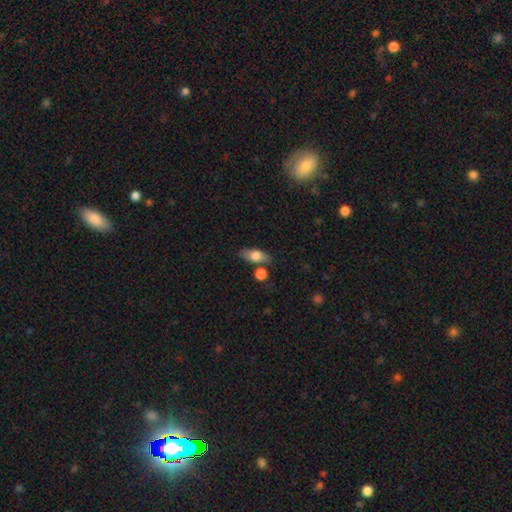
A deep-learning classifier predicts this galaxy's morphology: type=smooth (71%); roundness=in between (76%); merging=none (74%).